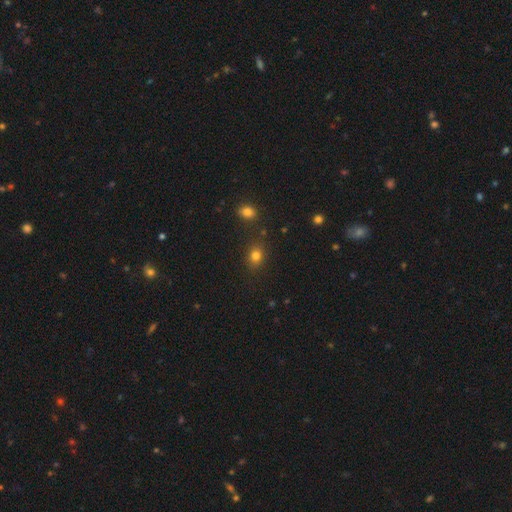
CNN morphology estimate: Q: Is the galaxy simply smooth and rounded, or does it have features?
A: smooth — 80%.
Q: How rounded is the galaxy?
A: round — 50%.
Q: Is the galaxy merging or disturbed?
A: none — 80%.